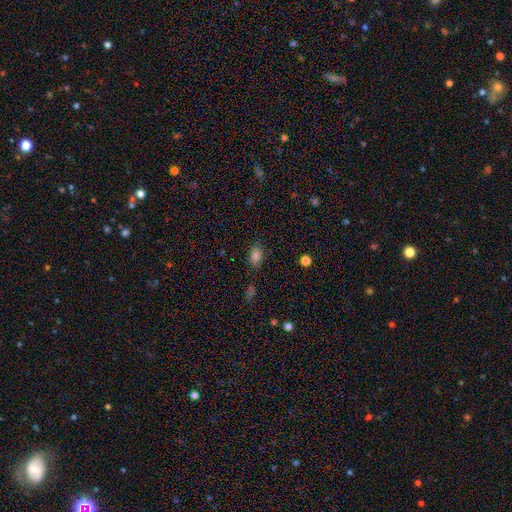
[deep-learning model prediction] This is likely a smooth galaxy (80%). How rounded: clearly in between (84%). Merging: likely none (78%).